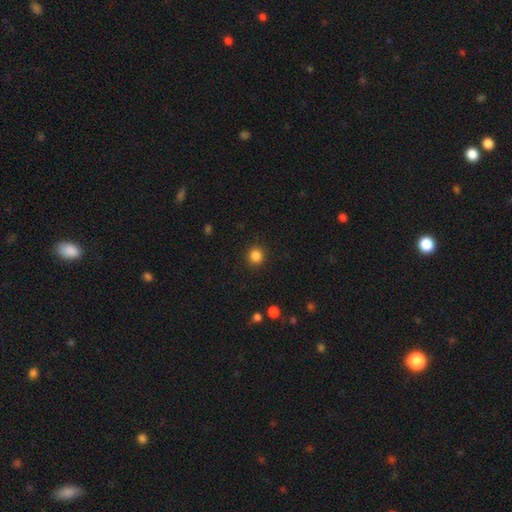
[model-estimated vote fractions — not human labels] Overall: smooth (85%). How rounded: round (92%). Merging: none (91%).